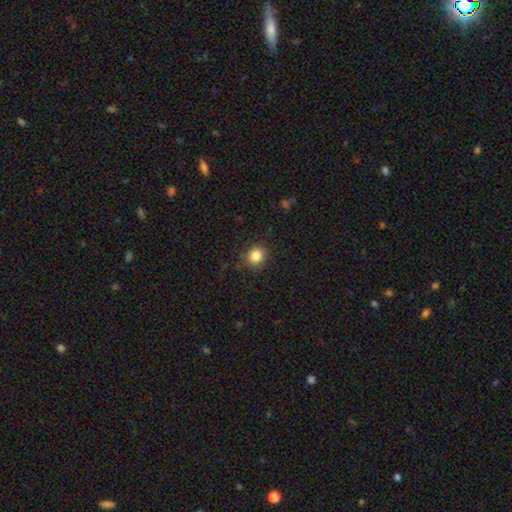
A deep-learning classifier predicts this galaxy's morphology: This appears to be a smooth galaxy with no disk features (84%) that is round (81%). Merging: none (87%).